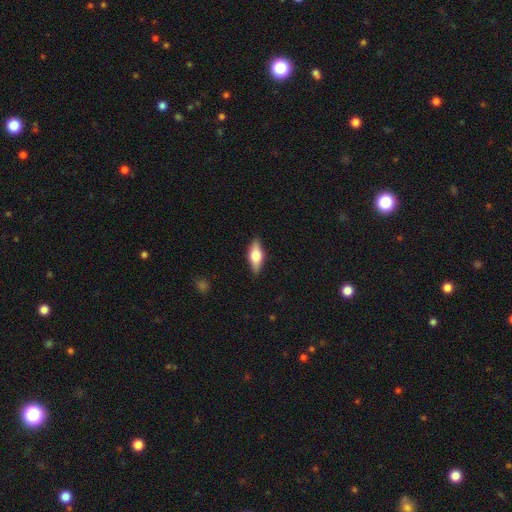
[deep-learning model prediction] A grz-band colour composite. It shows a smooth galaxy with no disk features (54%) that is in between round and cigar-shaped (73%). Merging: none (86%).